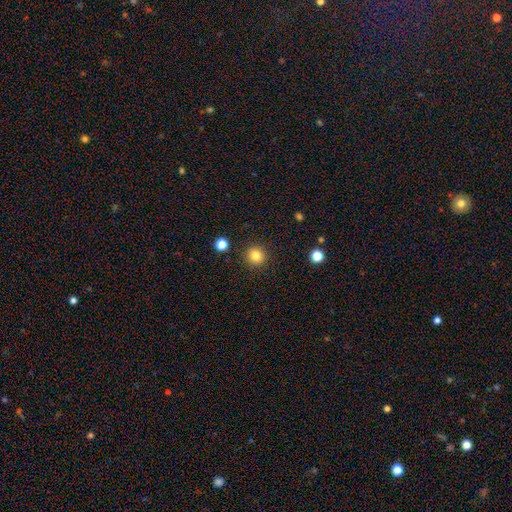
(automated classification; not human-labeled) Smooth or featured?
  - smooth: 83% *
  - star or artifact: 12%
  - featured or disk: 6%
How rounded?
  - round: 93% *
  - in between: 6%
  - cigar-shaped: 1%
Merging?
  - none: 92% *
  - minor disturbance: 5%
  - major disturbance: 2%
  - merger: 1%